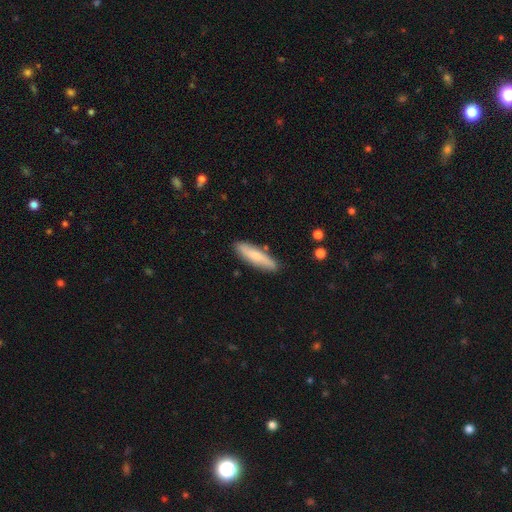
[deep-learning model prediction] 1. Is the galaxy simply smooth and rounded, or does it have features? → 67% smooth, 27% featured or disk, 6% star or artifact.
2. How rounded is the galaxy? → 73% cigar-shaped, 25% in between, 2% round.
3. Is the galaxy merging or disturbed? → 85% none, 11% minor disturbance, 2% merger, 2% major disturbance.